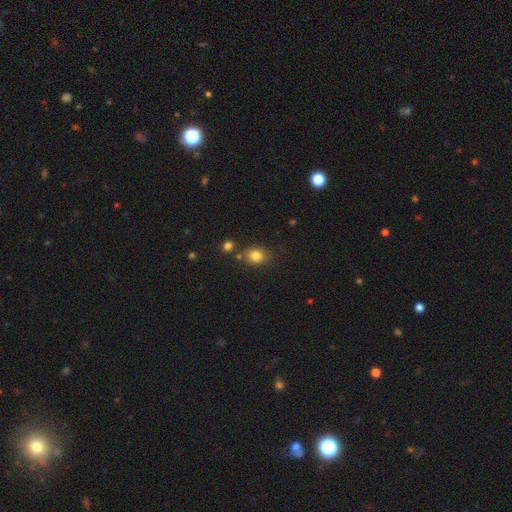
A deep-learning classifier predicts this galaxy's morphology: Smooth or featured?
  - smooth: 82% *
  - star or artifact: 11%
  - featured or disk: 8%
How rounded?
  - round: 52% *
  - in between: 47%
  - cigar-shaped: 1%
Merging?
  - none: 74% *
  - minor disturbance: 14%
  - merger: 9%
  - major disturbance: 4%